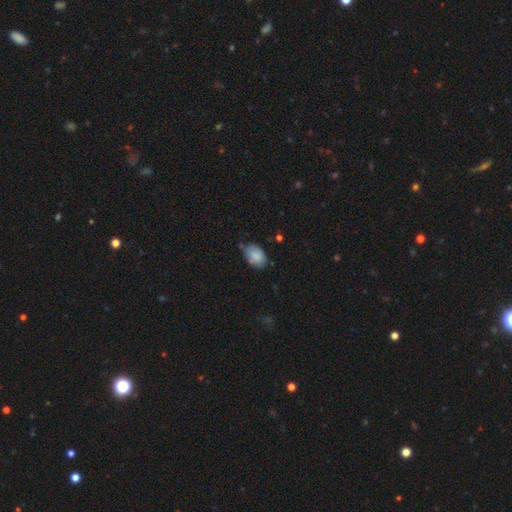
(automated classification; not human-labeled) Morphology: type=smooth (86%); roundness=in between (84%); merging=none (58%).